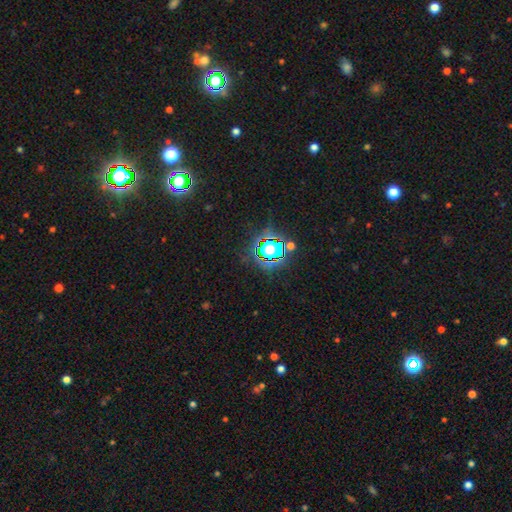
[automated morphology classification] A star or artifact, not a galaxy (82%).